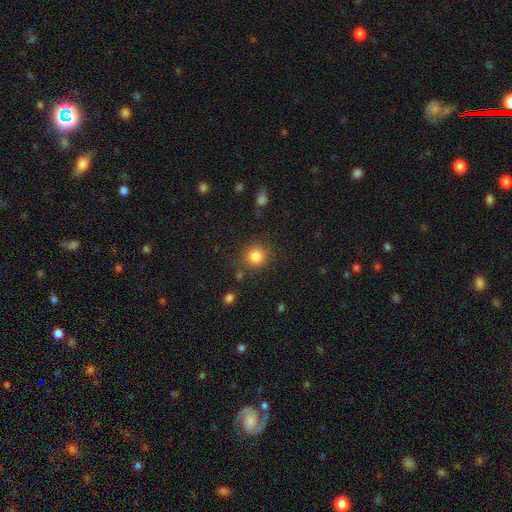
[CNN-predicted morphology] type=smooth (83%); roundness=round (89%); merging=none (84%).